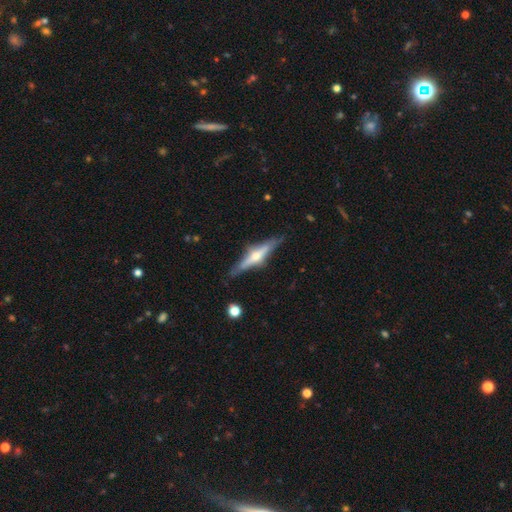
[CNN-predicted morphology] type=featured or disk (72%); edge-on=yes (96%); edge-on bulge=rounded (90%); merging=none (83%).